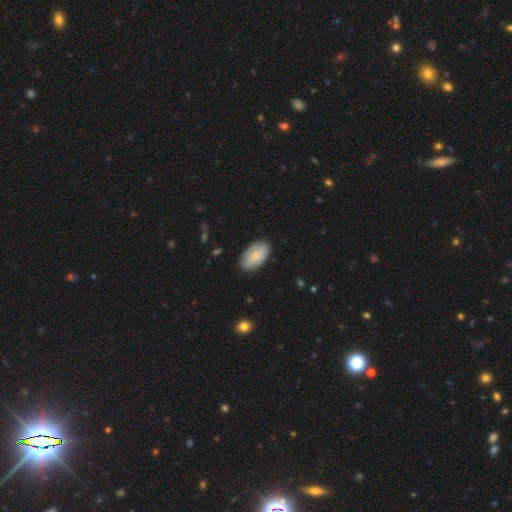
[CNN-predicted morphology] Smooth or featured: smooth — 78% (featured or disk — 16%)
How rounded: in between — 95% (round — 3%)
Merging: none — 85% (minor disturbance — 12%)